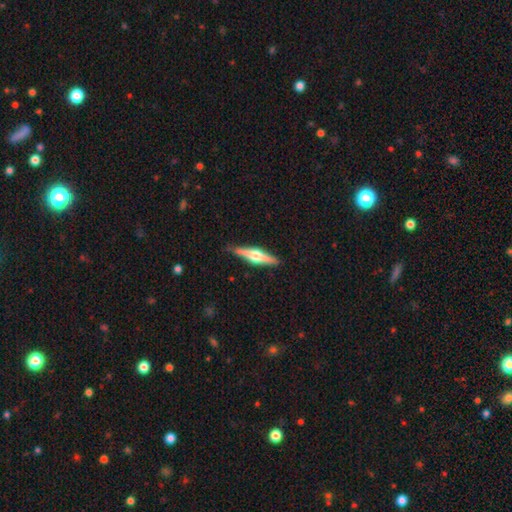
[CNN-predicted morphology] The model was most divided on "smooth or featured": featured or disk: 72%, smooth: 23%, star or artifact: 5%. More confident: edge-on disk — yes (97%); edge-on bulge — rounded (95%); merging — none (89%).